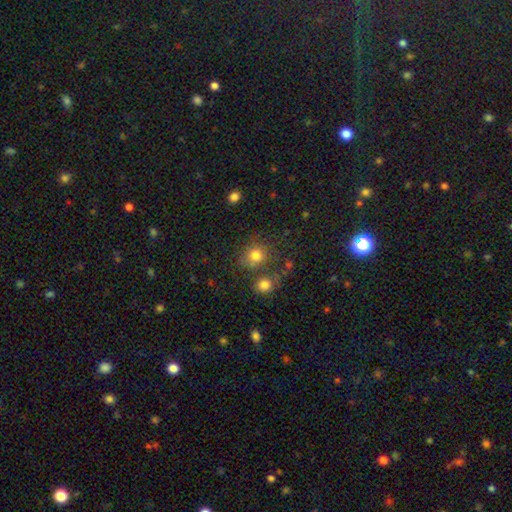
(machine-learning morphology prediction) This appears to be a smooth galaxy with no disk features (78%) that is round (79%). Merging: none (63%).